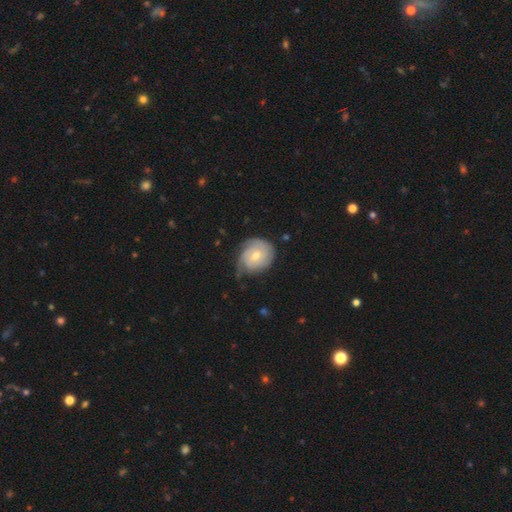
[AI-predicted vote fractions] Overall: featured or disk (56%; smooth 38%). Edge-on disk: no (96%). Bar: no (56%; weak 37%). Spiral arms: yes (80%). Bulge size: moderate (53%; small 43%). Merging: none (54%; minor disturbance 33%).